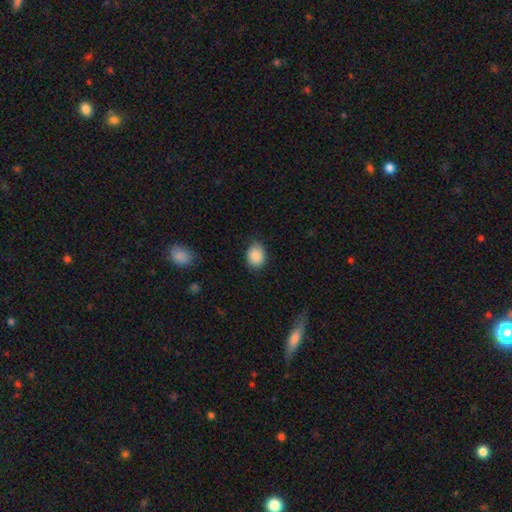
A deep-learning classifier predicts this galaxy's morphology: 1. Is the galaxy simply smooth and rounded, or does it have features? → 88% smooth, 8% star or artifact, 4% featured or disk.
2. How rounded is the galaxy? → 58% in between, 42% round, 1% cigar-shaped.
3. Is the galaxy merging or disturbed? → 79% none, 16% minor disturbance, 3% major disturbance, 1% merger.